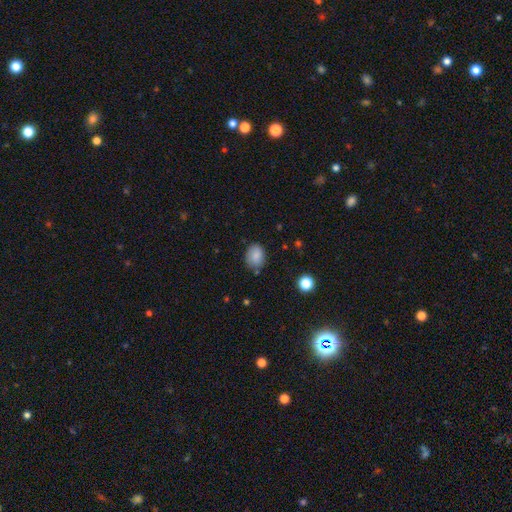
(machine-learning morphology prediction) This appears to be a smooth galaxy with no disk features (85%) that is in between round and cigar-shaped (57%). Merging: none (75%).